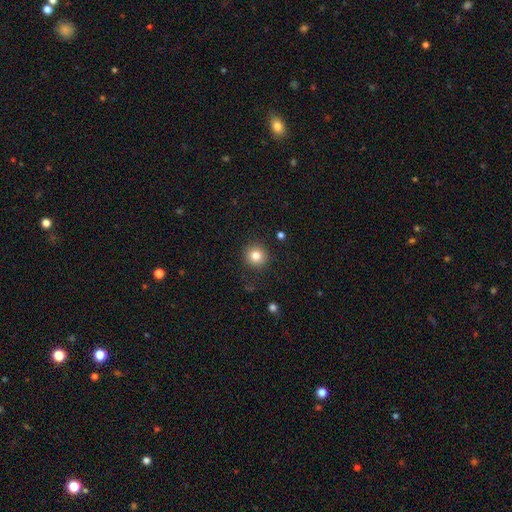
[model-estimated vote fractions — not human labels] The model was most divided on "smooth or featured": smooth: 81%, star or artifact: 11%, featured or disk: 8%. More confident: how rounded — round (94%); merging — none (90%).